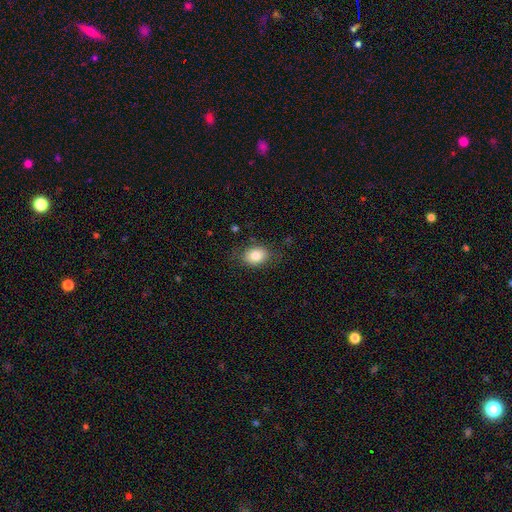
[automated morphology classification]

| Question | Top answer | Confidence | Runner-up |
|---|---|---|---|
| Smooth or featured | smooth | 82% | star or artifact (9%) |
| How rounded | in between | 65% | round (34%) |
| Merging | none | 78% | minor disturbance (16%) |